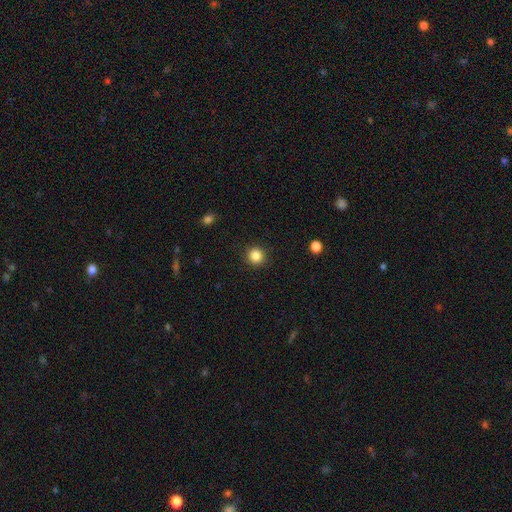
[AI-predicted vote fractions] Morphology: type=smooth (85%); roundness=round (94%); merging=none (91%).